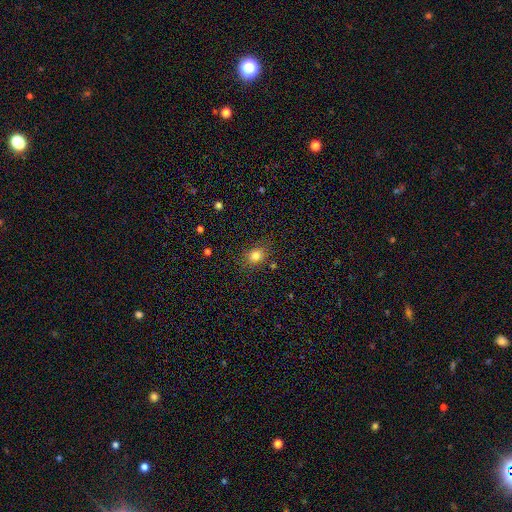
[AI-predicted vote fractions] Q: Smooth or featured?
A: smooth (80%); runner-up: star or artifact (13%)
Q: How rounded?
A: round (52%); runner-up: in between (47%)
Q: Merging?
A: none (80%); runner-up: minor disturbance (13%)